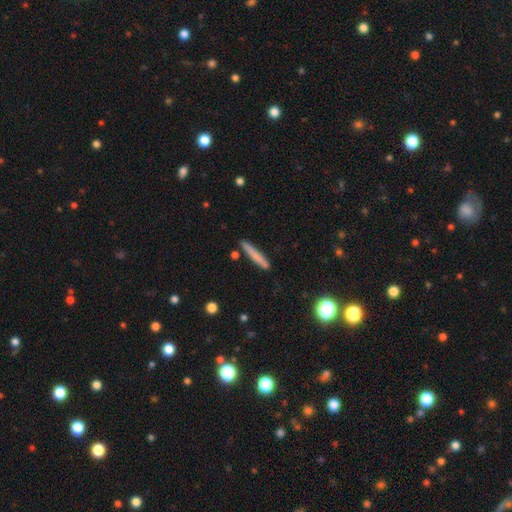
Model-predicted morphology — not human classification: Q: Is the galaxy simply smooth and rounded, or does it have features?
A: smooth — 71%.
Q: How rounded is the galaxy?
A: cigar-shaped — 96%.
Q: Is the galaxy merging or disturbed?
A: none — 86%.